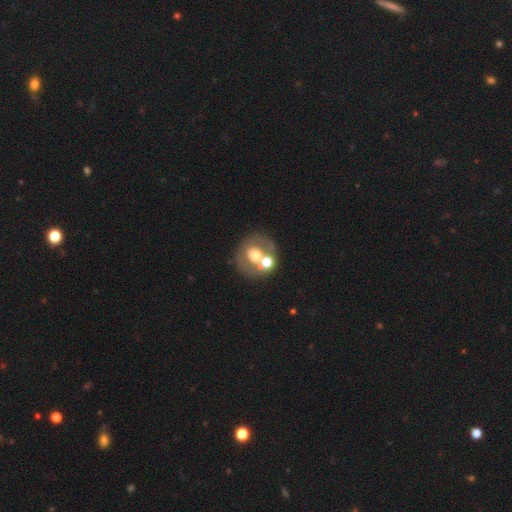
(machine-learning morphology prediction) Smooth or featured?
  - featured or disk: 45% *
  - smooth: 44%
  - star or artifact: 11%
Merging?
  - none: 56% *
  - merger: 26%
  - minor disturbance: 11%
  - major disturbance: 7%